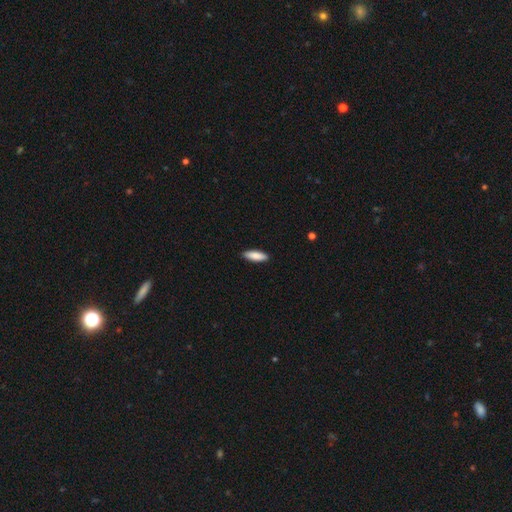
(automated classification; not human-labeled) This is clearly a smooth galaxy (86%). How rounded: possibly in between (53%). Merging: clearly none (90%).